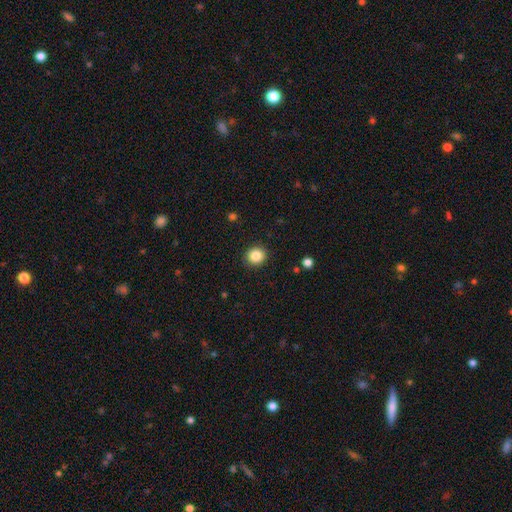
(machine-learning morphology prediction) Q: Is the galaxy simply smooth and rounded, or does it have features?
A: smooth — 85%.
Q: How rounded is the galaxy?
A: round — 86%.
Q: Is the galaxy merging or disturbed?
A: none — 91%.